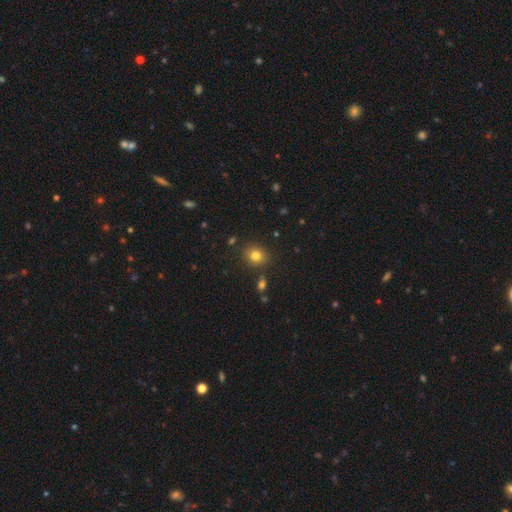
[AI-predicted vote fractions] Smooth or featured? smooth (79%)
How rounded? round (72%)
Merging? none (84%)